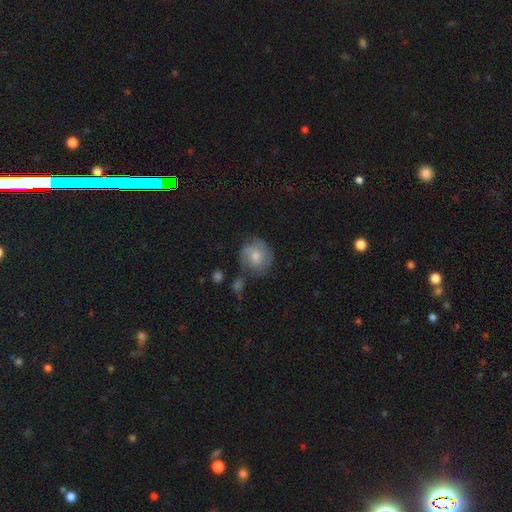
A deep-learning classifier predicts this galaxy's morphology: Smooth or featured? Predicted: smooth (p=0.57). How rounded? Predicted: round (p=0.86). Merging? Predicted: none (p=0.60).